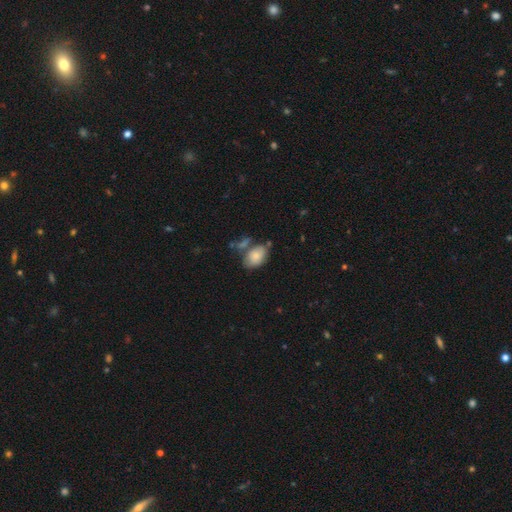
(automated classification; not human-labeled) smooth-or-featured: smooth: 79% | featured or disk: 14% | star or artifact: 7%
  how-rounded: in between: 86% | round: 13% | cigar-shaped: 1%
  merging: none: 51% | minor disturbance: 22% | merger: 19% | major disturbance: 8%